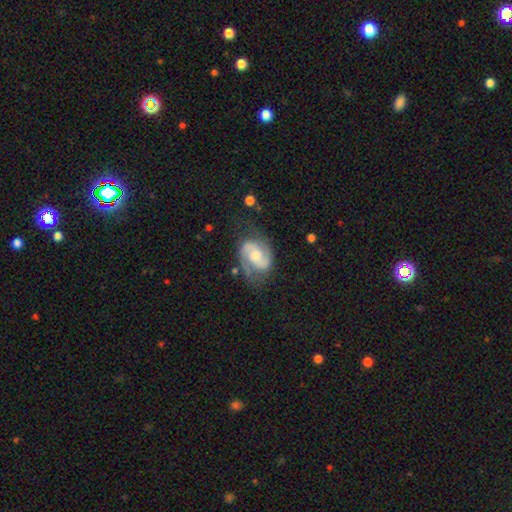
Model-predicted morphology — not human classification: Smooth or featured: featured or disk — 82% (smooth — 13%)
Edge-on disk: no — 98% (yes — 2%)
Bar: no — 45% (weak — 43%)
Spiral arms: yes — 96% (no — 4%)
Spiral winding: medium — 54% (tight — 25%)
Spiral arm count: 2 — 90% (can't tell — 5%)
Bulge size: moderate — 50% (small — 28%)
Merging: none — 64% (minor disturbance — 23%)